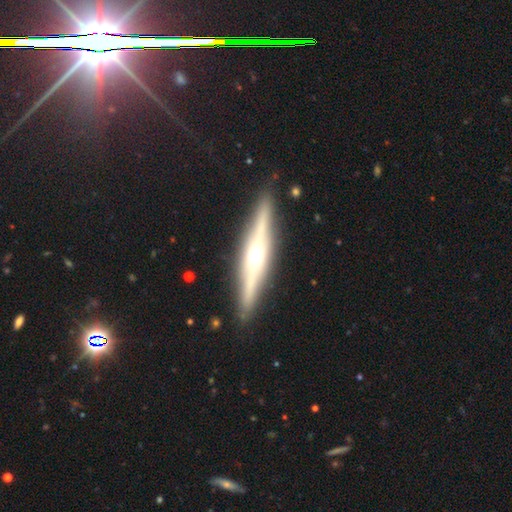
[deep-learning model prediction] Smooth or featured? Predicted: featured or disk (p=0.78). Edge-on disk? Predicted: yes (p=0.96). Edge-on bulge? Predicted: rounded (p=0.82). Merging? Predicted: none (p=0.89).